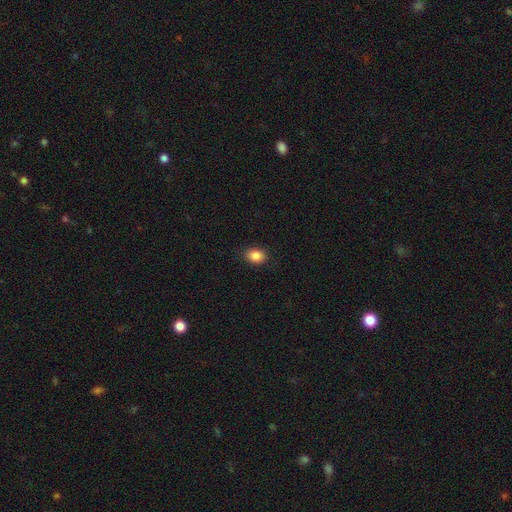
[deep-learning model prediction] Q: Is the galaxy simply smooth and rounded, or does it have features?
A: smooth — 86%.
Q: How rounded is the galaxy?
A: in between — 61%.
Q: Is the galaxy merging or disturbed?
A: none — 87%.